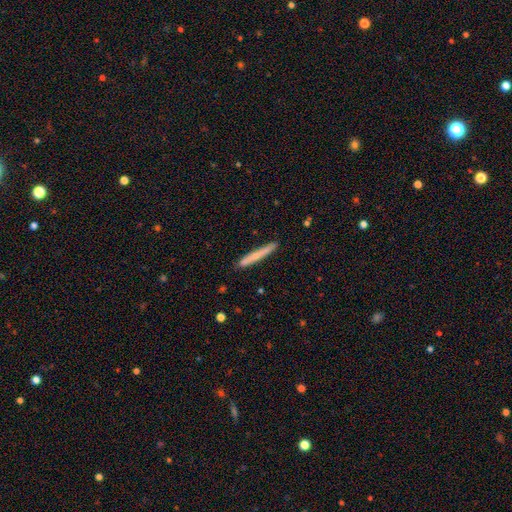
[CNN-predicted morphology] Smooth or featured: smooth — 57% (featured or disk — 37%)
How rounded: cigar-shaped — 96% (in between — 3%)
Merging: none — 88% (minor disturbance — 9%)